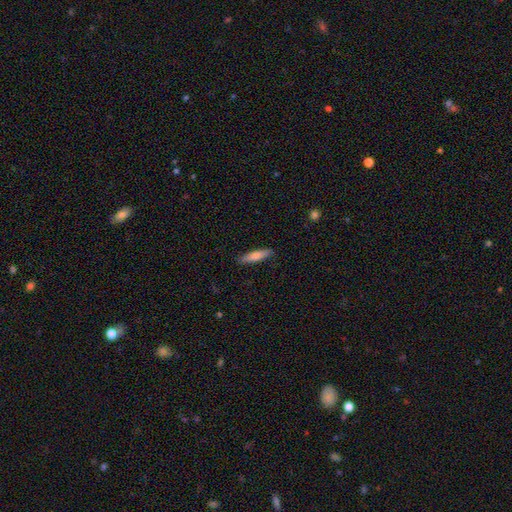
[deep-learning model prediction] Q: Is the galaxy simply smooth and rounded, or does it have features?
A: smooth — 68%.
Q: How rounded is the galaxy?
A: cigar-shaped — 84%.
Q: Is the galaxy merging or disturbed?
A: none — 88%.